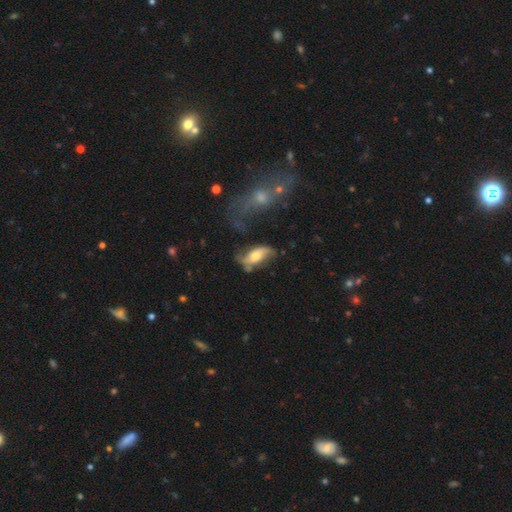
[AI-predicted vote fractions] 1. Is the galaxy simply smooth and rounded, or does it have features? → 59% featured or disk, 33% smooth, 8% star or artifact.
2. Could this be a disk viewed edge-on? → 86% no, 14% yes.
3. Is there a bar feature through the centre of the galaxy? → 57% no, 29% weak, 14% strong.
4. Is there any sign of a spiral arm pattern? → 77% yes, 23% no.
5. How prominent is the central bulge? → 60% moderate, 22% small, 13% large, 3% none, 2% dominant.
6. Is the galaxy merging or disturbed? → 43% none, 26% minor disturbance, 21% major disturbance, 9% merger.